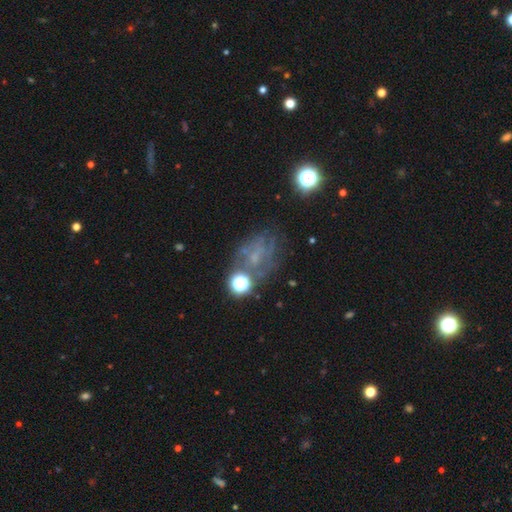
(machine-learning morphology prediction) smooth_or_featured: featured or disk (p=0.46) [alt: star or artifact p=0.30]
merging: none (p=0.55) [alt: minor disturbance p=0.19]